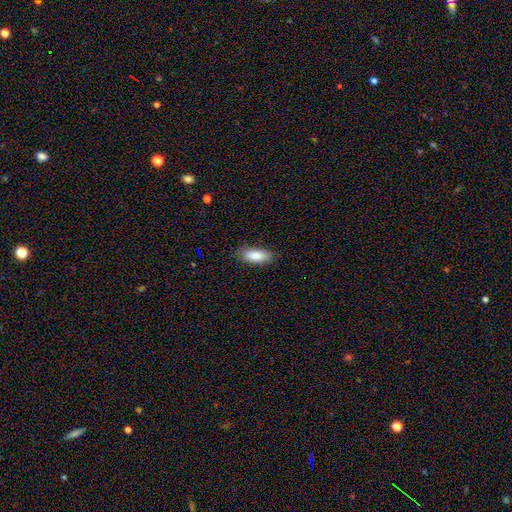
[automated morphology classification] Smooth or featured? Predicted: smooth (p=0.86). How rounded? Predicted: in between (p=0.80). Merging? Predicted: none (p=0.84).